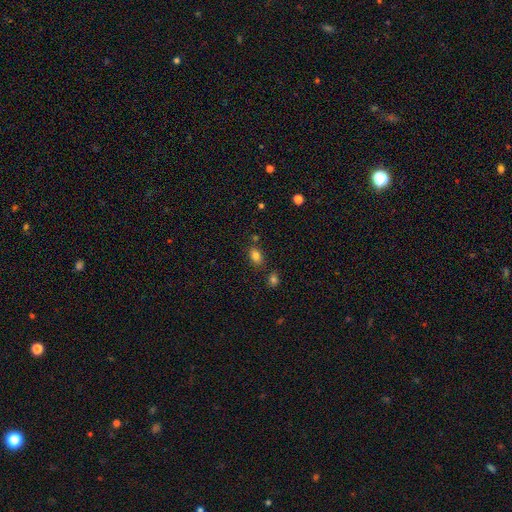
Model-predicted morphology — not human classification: Smooth or featured? Predicted: smooth (p=0.82). How rounded? Predicted: in between (p=0.83). Merging? Predicted: none (p=0.75).